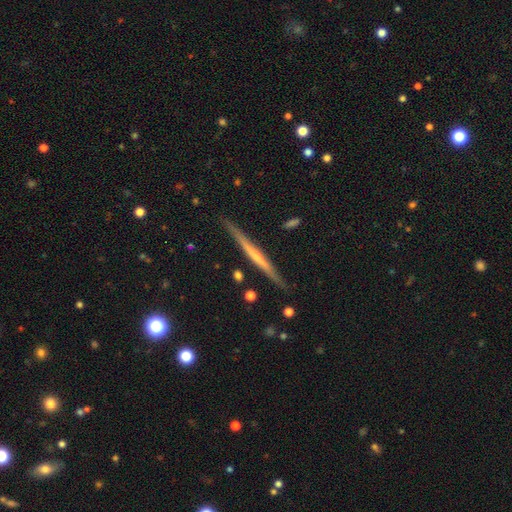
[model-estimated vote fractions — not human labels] smooth-or-featured: featured or disk: 66% | smooth: 28% | star or artifact: 6%
  disk-edge-on: yes: 97% | no: 3%
    edge-on-bulge: none: 64% | rounded: 29% | boxy: 7%
  merging: none: 88% | minor disturbance: 9% | major disturbance: 2% | merger: 2%